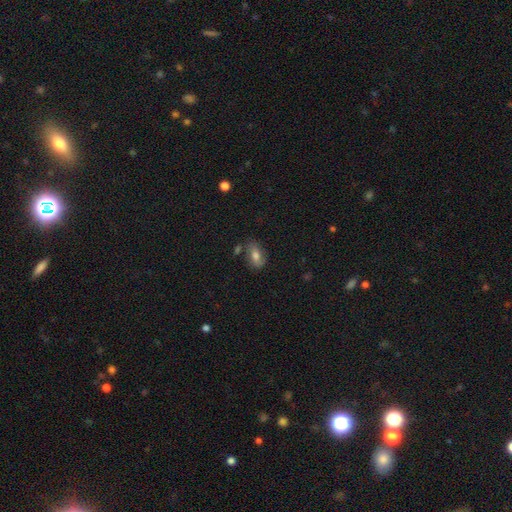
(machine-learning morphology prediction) The model was most divided on "smooth or featured": smooth: 68%, featured or disk: 23%, star or artifact: 9%. More confident: how rounded — in between (84%); merging — none (69%).